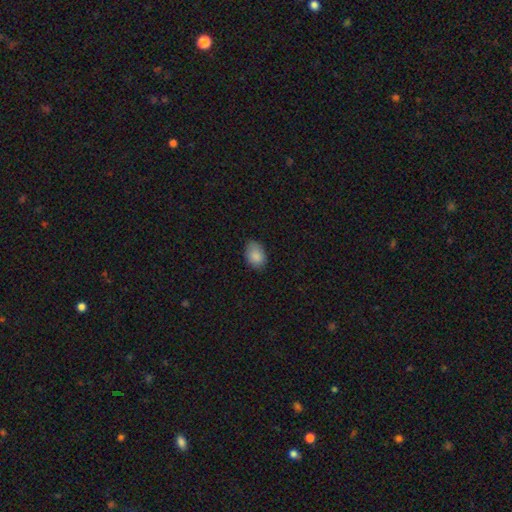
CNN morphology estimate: Smooth or featured? smooth (87%)
How rounded? in between (82%)
Merging? none (76%)